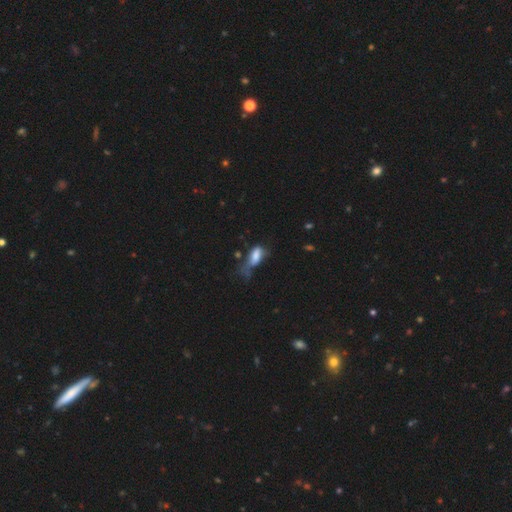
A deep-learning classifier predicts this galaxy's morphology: Smooth or featured?
  - smooth: 72% *
  - featured or disk: 18%
  - star or artifact: 10%
How rounded?
  - in between: 81% *
  - cigar-shaped: 14%
  - round: 4%
Merging?
  - major disturbance: 46% *
  - minor disturbance: 28%
  - none: 19%
  - merger: 8%